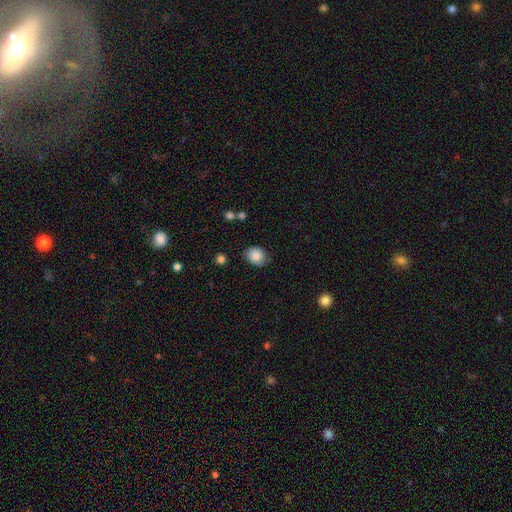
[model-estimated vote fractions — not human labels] Morphology: type=smooth (86%); roundness=round (55%); merging=none (75%).